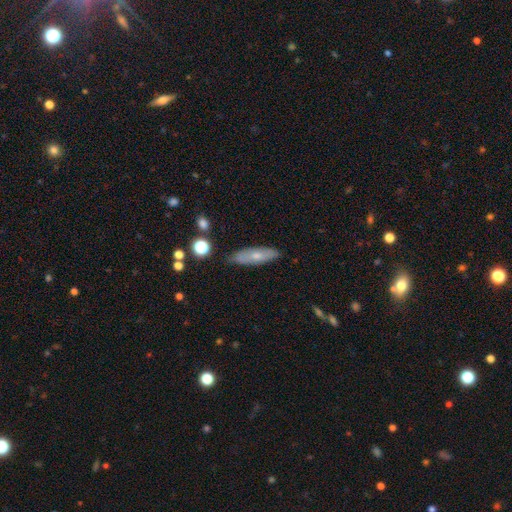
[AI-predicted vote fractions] A smooth galaxy with no disk features (59%) that is cigar-shaped (55%).

Vote fractions:
- Smooth or featured? smooth: 59% / featured or disk: 33% / star or artifact: 7%
- How rounded? cigar-shaped: 55% / in between: 42% / round: 2%
- Merging? none: 82% / minor disturbance: 13% / major disturbance: 2% / merger: 2%